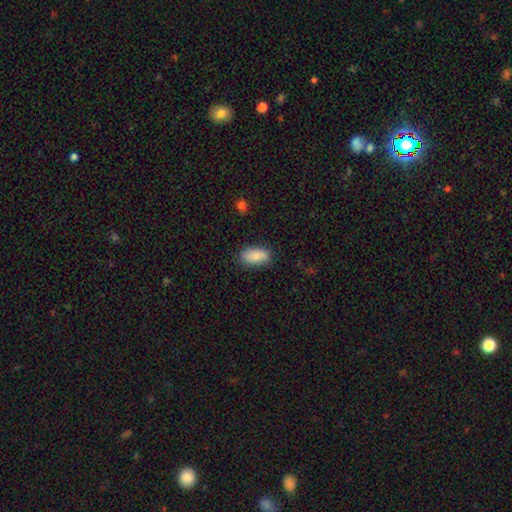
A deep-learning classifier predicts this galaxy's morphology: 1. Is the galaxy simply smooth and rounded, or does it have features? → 85% smooth, 8% featured or disk, 7% star or artifact.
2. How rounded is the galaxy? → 90% in between, 7% cigar-shaped, 3% round.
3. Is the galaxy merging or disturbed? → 80% none, 15% minor disturbance, 3% major disturbance, 1% merger.